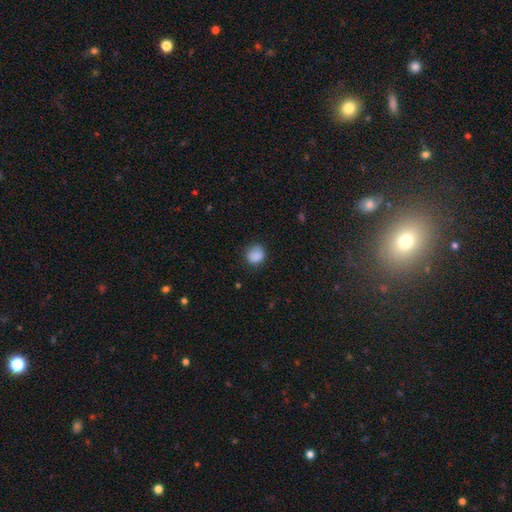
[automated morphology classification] This appears to be a smooth galaxy with no disk features (87%) that is round (75%). Merging: none (77%).